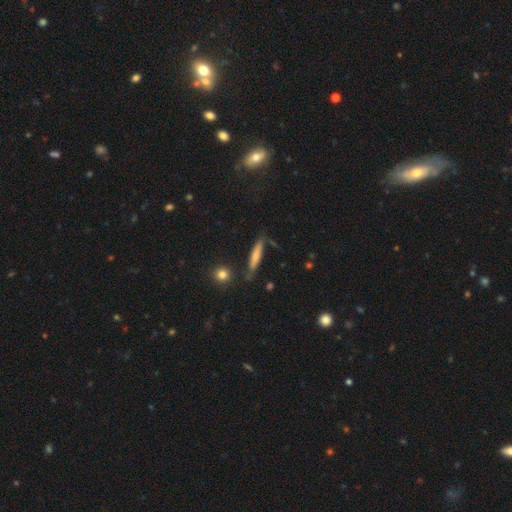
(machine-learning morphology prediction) The model was most divided on "smooth or featured": smooth: 67%, featured or disk: 26%, star or artifact: 7%. More confident: how rounded — cigar-shaped (88%); merging — none (74%).